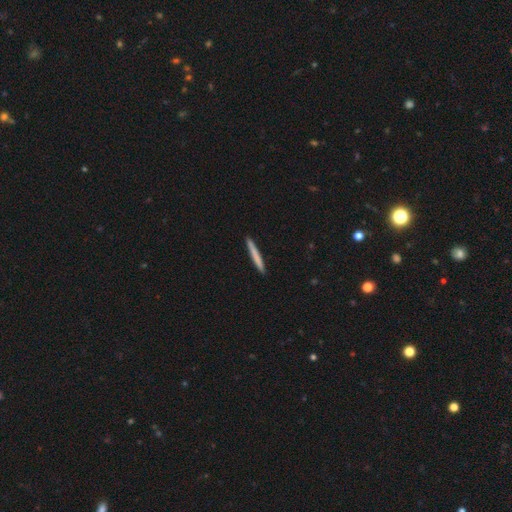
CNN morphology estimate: type=smooth (71%); roundness=cigar-shaped (97%); merging=none (92%).